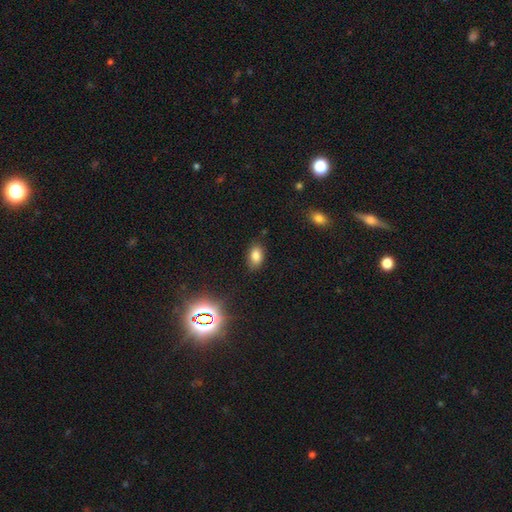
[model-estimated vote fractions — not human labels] smooth_or_featured: smooth (p=0.79) [alt: star or artifact p=0.13]
how_rounded: in between (p=0.86) [alt: round p=0.13]
merging: none (p=0.81) [alt: minor disturbance p=0.14]